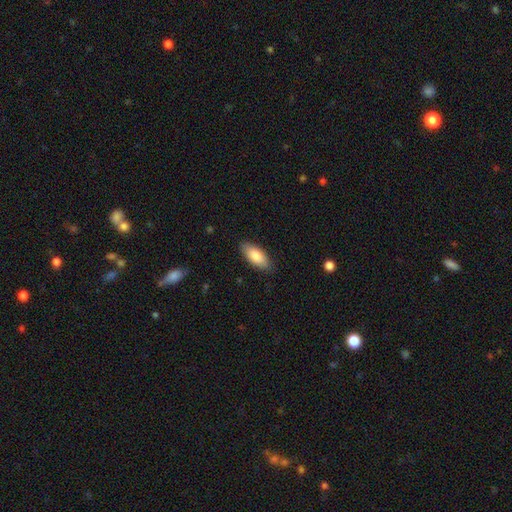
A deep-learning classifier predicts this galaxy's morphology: This is clearly a smooth galaxy (84%). How rounded: clearly in between (85%). Merging: clearly none (86%).